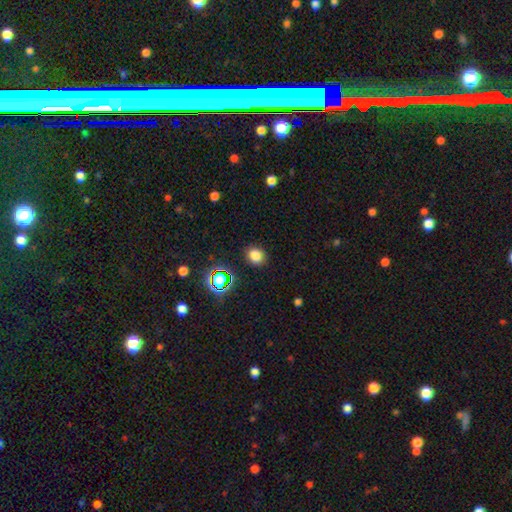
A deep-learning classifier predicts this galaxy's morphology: This appears to be a smooth galaxy with no disk features (77%) that is round (64%). Merging: none (87%).